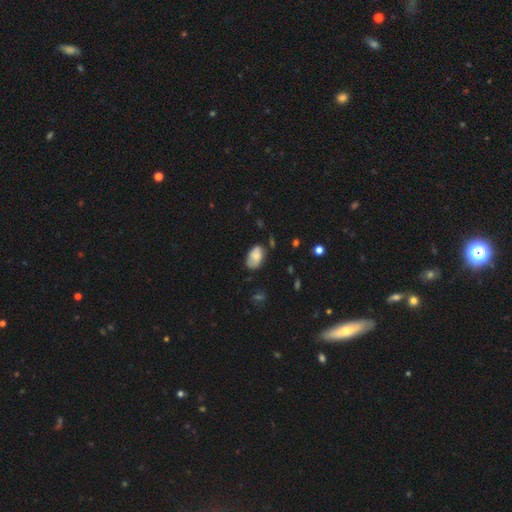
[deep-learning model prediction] Smooth or featured: smooth — 76% (featured or disk — 16%)
How rounded: in between — 91% (round — 7%)
Merging: none — 58% (minor disturbance — 31%)